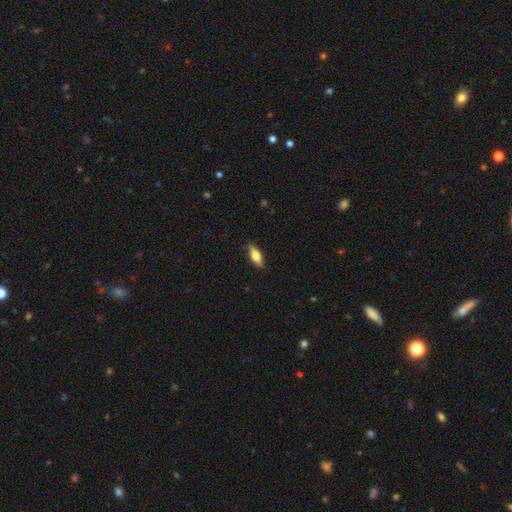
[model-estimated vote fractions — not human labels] Smooth or featured?
  - smooth: 55% *
  - featured or disk: 39%
  - star or artifact: 7%
How rounded?
  - in between: 61% *
  - cigar-shaped: 36%
  - round: 3%
Merging?
  - none: 88% *
  - minor disturbance: 9%
  - major disturbance: 2%
  - merger: 1%